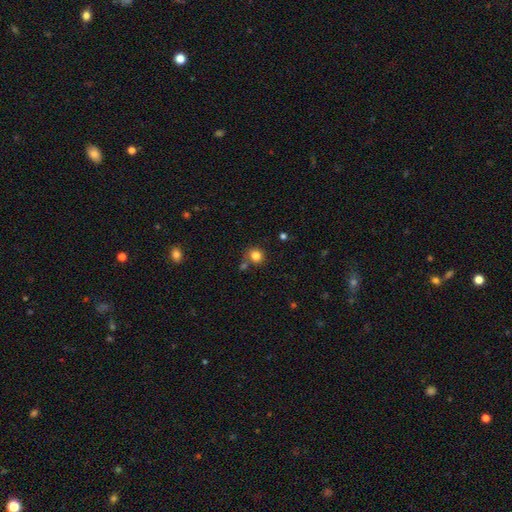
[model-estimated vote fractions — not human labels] smooth 82%, star or artifact 12%, featured or disk 6%. Down the decision tree: how rounded — round (85%); merging — none (72%).